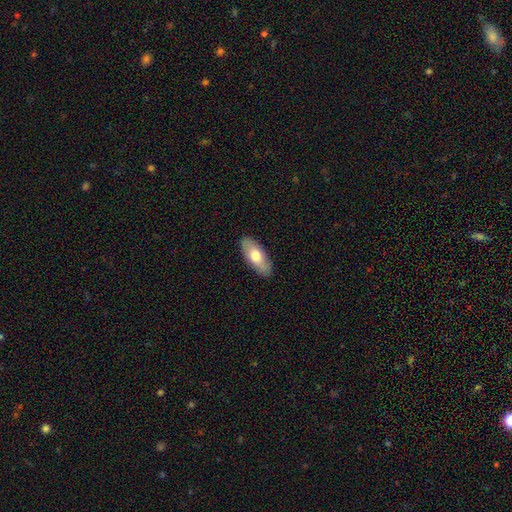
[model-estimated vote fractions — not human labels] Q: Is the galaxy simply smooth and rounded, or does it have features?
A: smooth — 67%.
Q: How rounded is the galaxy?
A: in between — 83%.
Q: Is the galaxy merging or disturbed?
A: none — 88%.